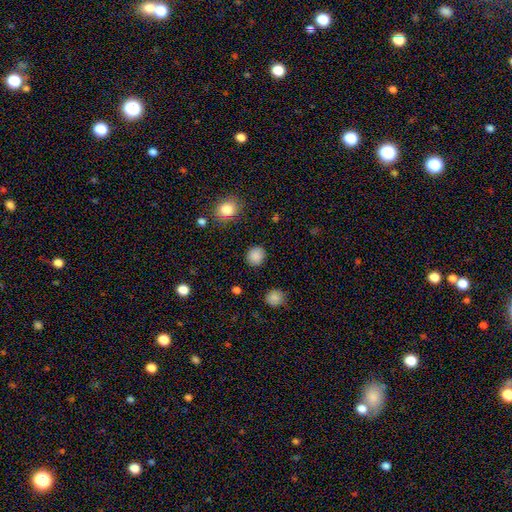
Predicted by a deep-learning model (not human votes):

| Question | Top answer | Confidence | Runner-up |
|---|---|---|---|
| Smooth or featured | smooth | 87% | star or artifact (10%) |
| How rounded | round | 83% | in between (16%) |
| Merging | none | 88% | minor disturbance (8%) |